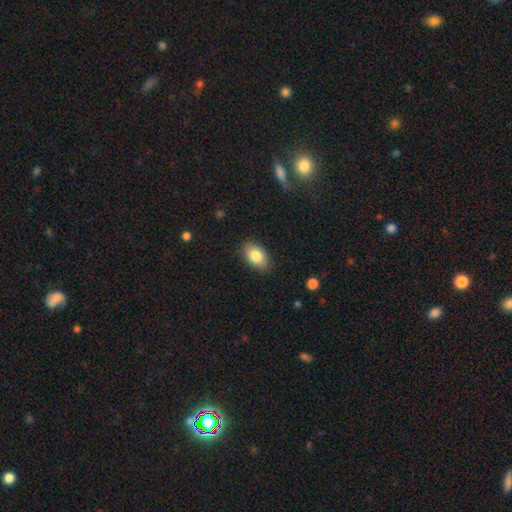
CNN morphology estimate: Smooth or featured? Predicted: smooth (p=0.84). How rounded? Predicted: in between (p=0.90). Merging? Predicted: none (p=0.86).